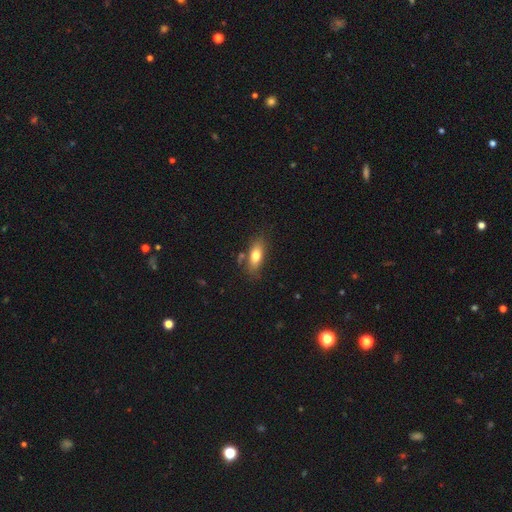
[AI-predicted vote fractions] Overall: smooth (74%). How rounded: in between (77%). Merging: none (74%).